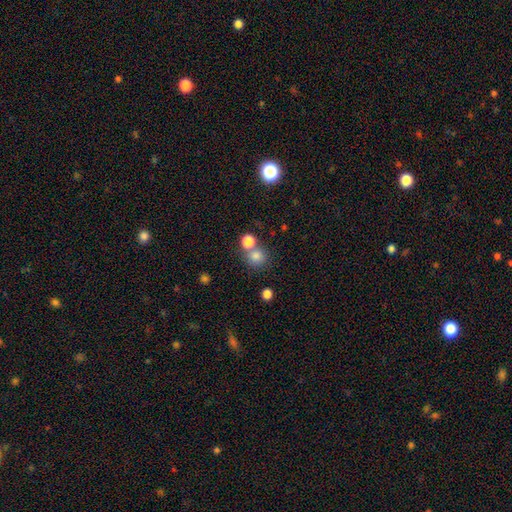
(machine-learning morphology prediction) smooth 80%, star or artifact 14%, featured or disk 7%. Down the decision tree: how rounded — round (88%); merging — none (59%).